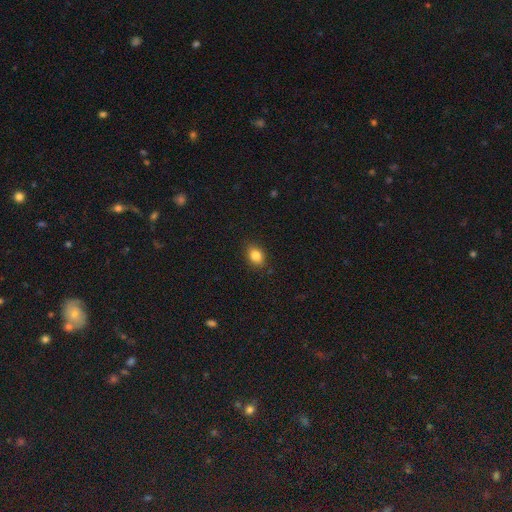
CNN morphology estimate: Overall: smooth (83%). How rounded: in between (63%; round 36%). Merging: none (86%).